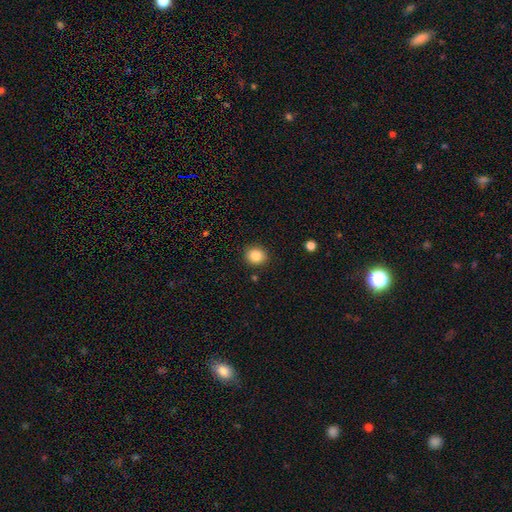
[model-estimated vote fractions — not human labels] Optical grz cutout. It shows a smooth galaxy with no disk features (86%) that is round (77%). Merging: none (89%).